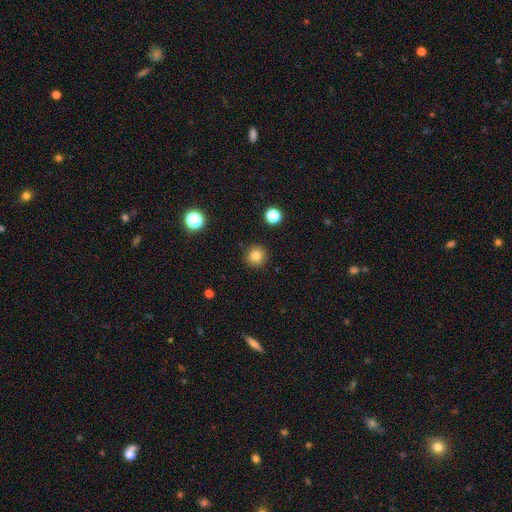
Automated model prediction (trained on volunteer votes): Morphology: type=smooth (82%); roundness=round (95%); merging=none (91%).